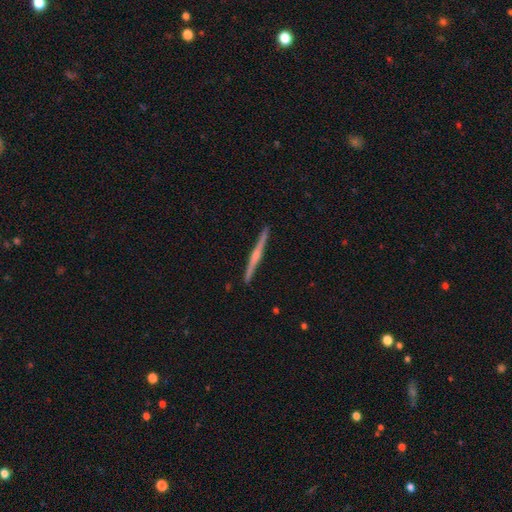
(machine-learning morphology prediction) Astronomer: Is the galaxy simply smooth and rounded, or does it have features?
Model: featured or disk — 75%.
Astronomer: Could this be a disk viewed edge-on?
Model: yes — 99%.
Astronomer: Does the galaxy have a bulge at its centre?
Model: rounded — 67%.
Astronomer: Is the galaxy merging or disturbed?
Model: none — 93%.